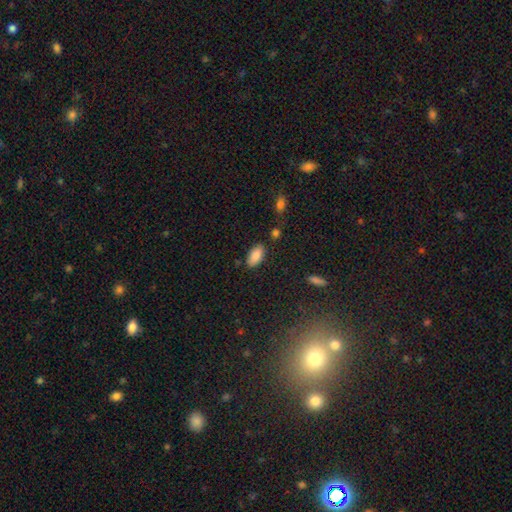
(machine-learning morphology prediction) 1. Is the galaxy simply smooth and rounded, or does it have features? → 86% smooth, 7% star or artifact, 6% featured or disk.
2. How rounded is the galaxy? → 92% in between, 5% cigar-shaped, 2% round.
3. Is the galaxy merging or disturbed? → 82% none, 12% minor disturbance, 3% merger, 3% major disturbance.